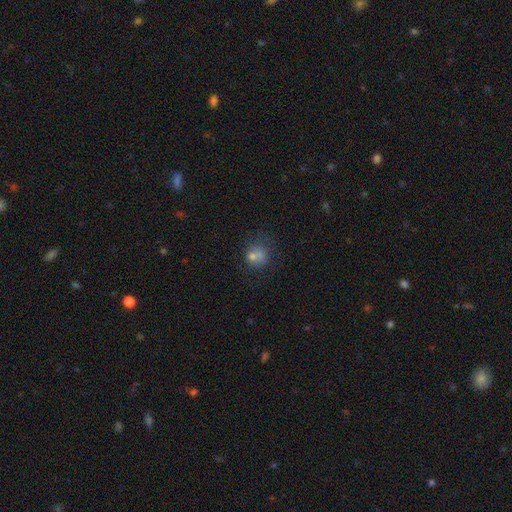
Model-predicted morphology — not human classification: The model was most divided on "merging" (2-way tie): none: 39%, merger: 39%, minor disturbance: 13%, major disturbance: 9%. More confident: how rounded — round (72%); smooth or featured — smooth (64%).